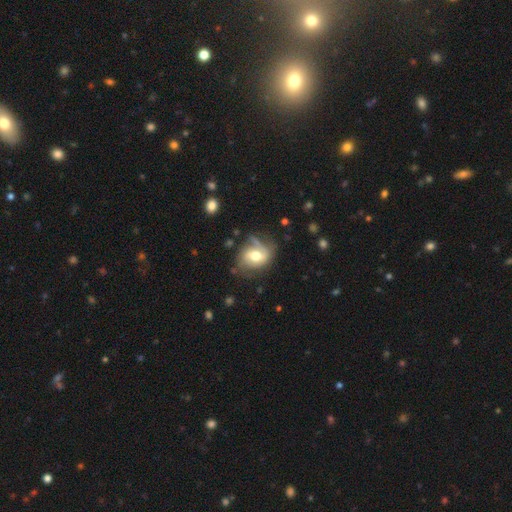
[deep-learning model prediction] featured or disk 56%, smooth 36%, star or artifact 8%. Down the decision tree: edge-on disk — no (96%); bar — no (47%); spiral arms — yes (78%); bulge size — moderate (67%); merging — none (50%).